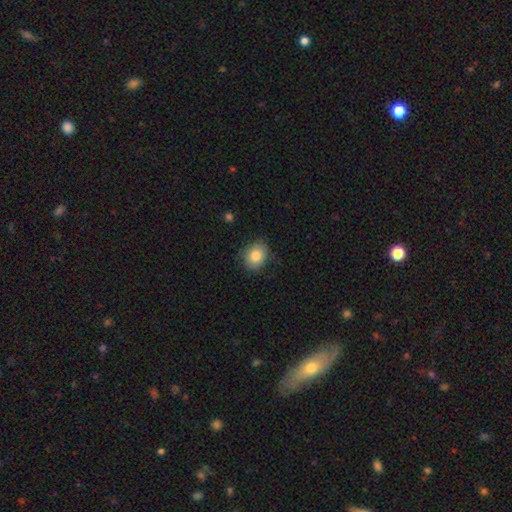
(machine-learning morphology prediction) Overall: smooth (83%). How rounded: round (58%; in between 41%). Merging: none (78%).